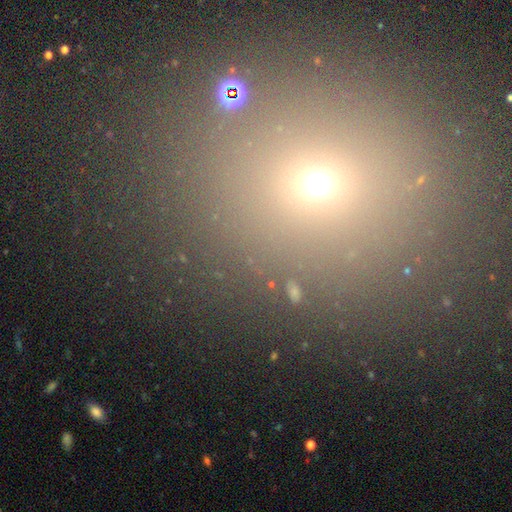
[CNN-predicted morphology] Q: Smooth or featured?
A: smooth (56%); runner-up: star or artifact (33%)
Q: How rounded?
A: round (57%); runner-up: in between (41%)
Q: Merging?
A: none (81%); runner-up: minor disturbance (9%)